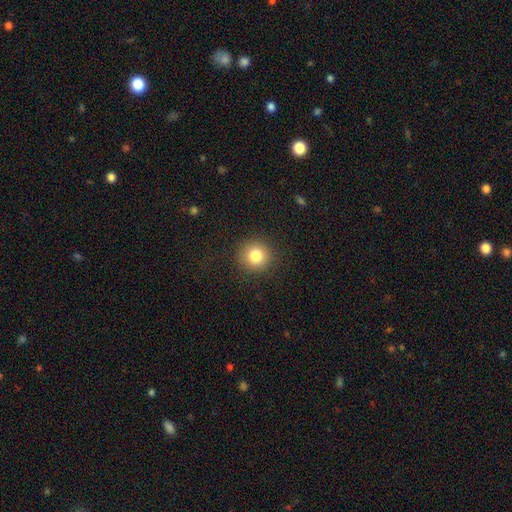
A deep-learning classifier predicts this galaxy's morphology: Q: Smooth or featured?
A: smooth (81%); runner-up: star or artifact (11%)
Q: How rounded?
A: round (93%); runner-up: in between (6%)
Q: Merging?
A: none (90%); runner-up: minor disturbance (6%)